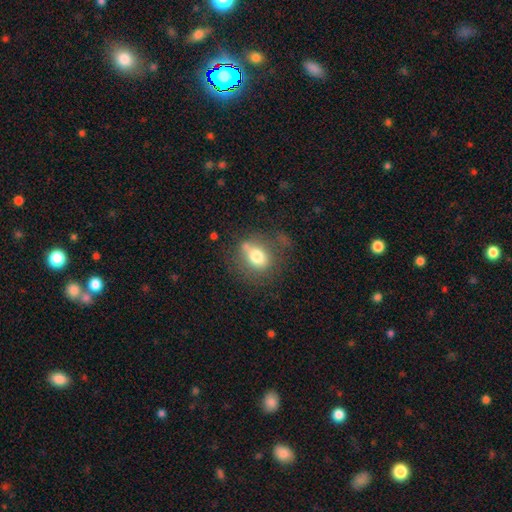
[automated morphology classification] smooth_or_featured: smooth (p=0.68) [alt: featured or disk p=0.20]
how_rounded: round (p=0.52) [alt: in between p=0.46]
merging: none (p=0.60) [alt: minor disturbance p=0.21]